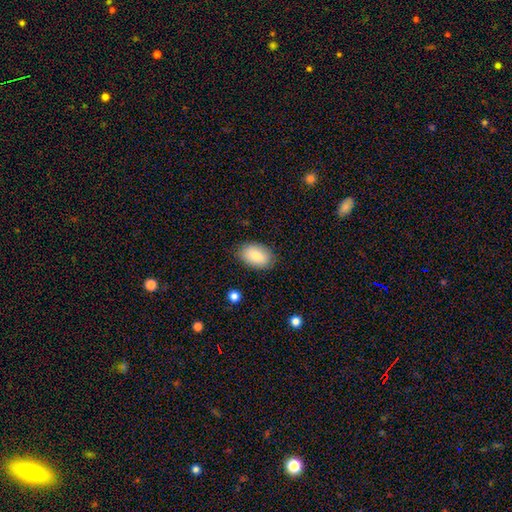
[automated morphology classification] This is clearly a smooth galaxy (83%). How rounded: clearly in between (90%). Merging: clearly none (85%).